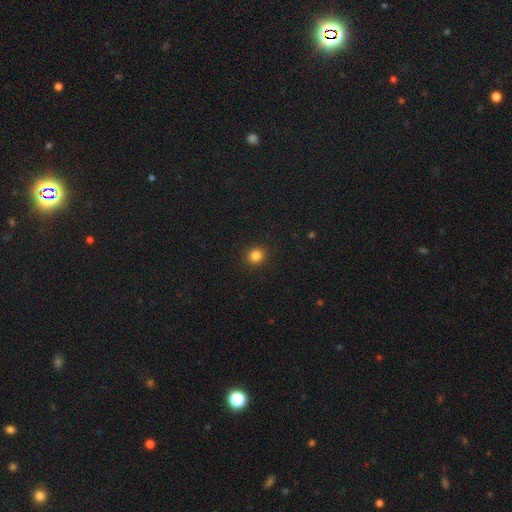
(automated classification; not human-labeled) A smooth galaxy with no disk features (84%) that is round (88%). Merging: none (92%).